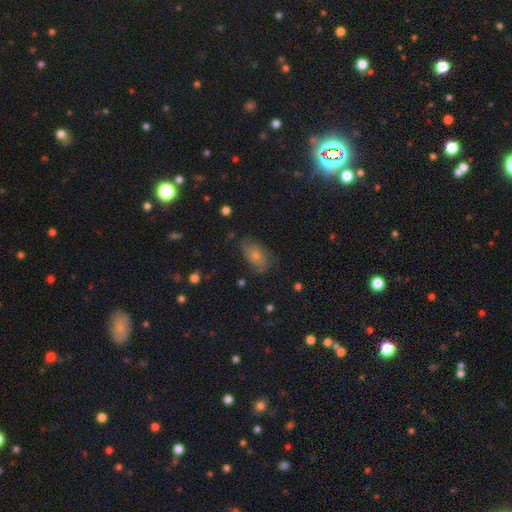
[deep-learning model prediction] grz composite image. It shows a smooth galaxy with no disk features (49%). Merging: none (71%).